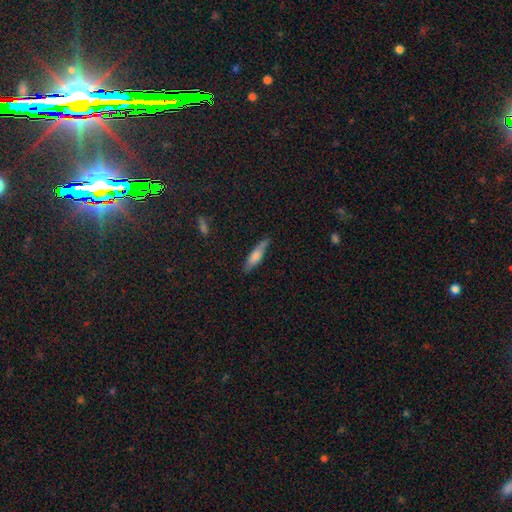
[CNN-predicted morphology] Overall: smooth (66%; featured or disk 28%). How rounded: cigar-shaped (78%). Merging: none (79%).